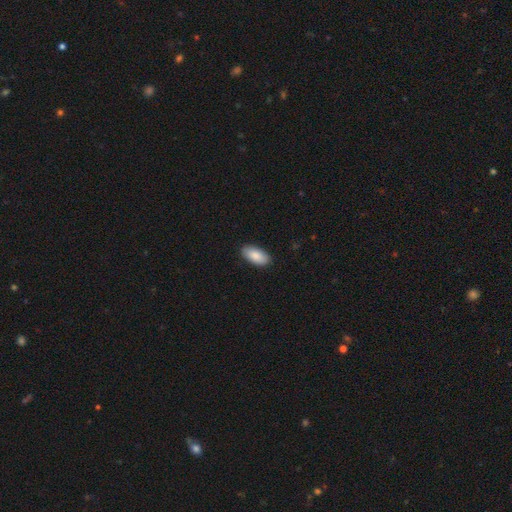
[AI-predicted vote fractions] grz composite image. It shows a smooth galaxy with no disk features (87%) that is in between round and cigar-shaped (94%). Merging: none (89%).